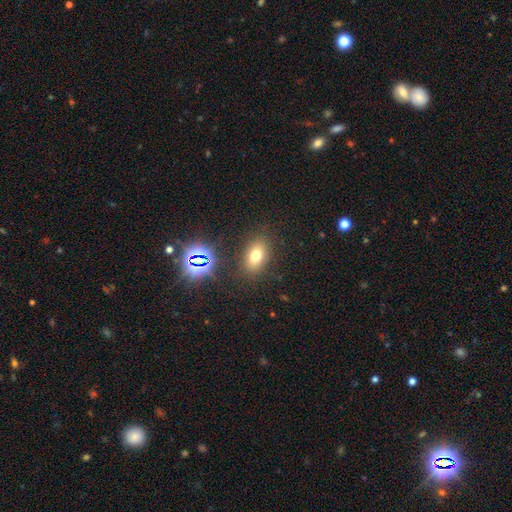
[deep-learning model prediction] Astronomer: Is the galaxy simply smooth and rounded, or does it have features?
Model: smooth — 67%.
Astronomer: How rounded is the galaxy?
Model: in between — 79%.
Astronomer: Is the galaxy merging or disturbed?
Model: none — 84%.